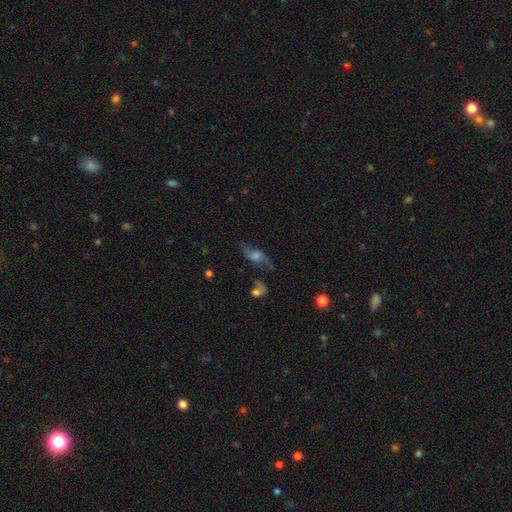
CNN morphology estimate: smooth_or_featured: featured or disk (p=0.67) [alt: smooth p=0.20]
disk_edge_on: no (p=0.83) [alt: yes p=0.17]
bar: no (p=0.57) [alt: weak p=0.34]
has_spiral_arms: yes (p=0.87) [alt: no p=0.13]
bulge_size: moderate (p=0.44) [alt: small p=0.27]
merging: none (p=0.63) [alt: minor disturbance p=0.17]